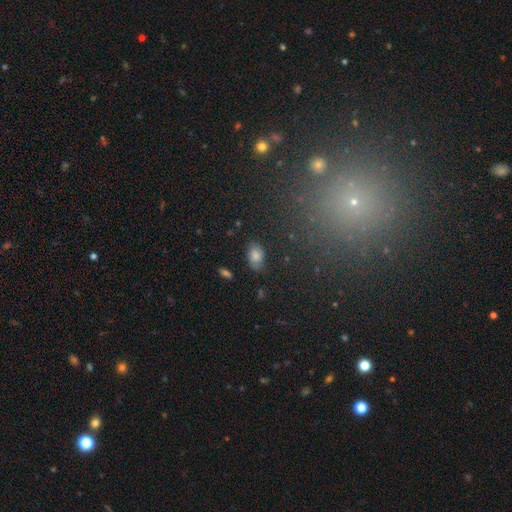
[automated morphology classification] Smooth or featured? Predicted: smooth (p=0.79). How rounded? Predicted: in between (p=0.88). Merging? Predicted: none (p=0.73).